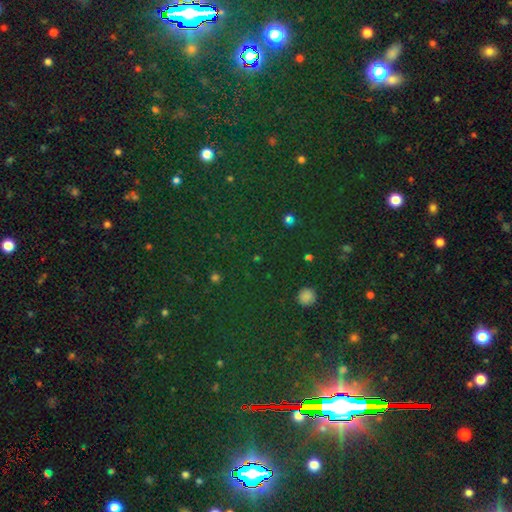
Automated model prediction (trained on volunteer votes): The model was most divided on "smooth or featured": star or artifact: 80%, smooth: 12%, featured or disk: 8%.